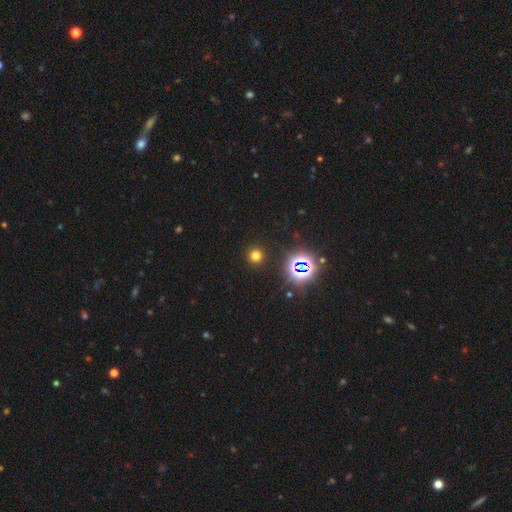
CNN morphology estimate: A smooth galaxy with no disk features (68%) that is round (94%).

Vote fractions:
- Smooth or featured? smooth: 68% / star or artifact: 26% / featured or disk: 6%
- How rounded? round: 94% / in between: 5% / cigar-shaped: 1%
- Merging? none: 91% / minor disturbance: 5% / major disturbance: 2% / merger: 1%